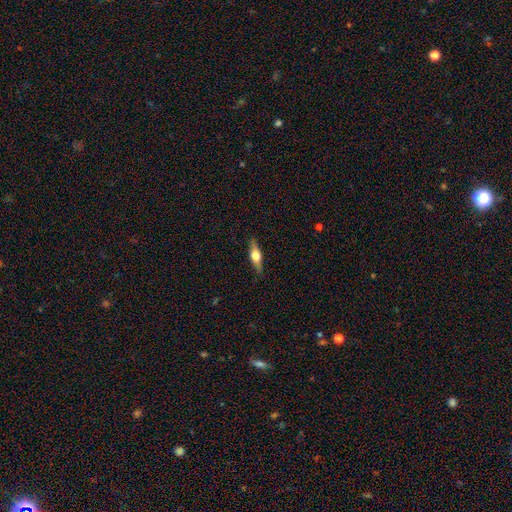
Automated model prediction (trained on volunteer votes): featured or disk 61%, smooth 33%, star or artifact 6%. Down the decision tree: edge-on disk — yes (95%); edge-on bulge — rounded (94%); merging — none (87%).